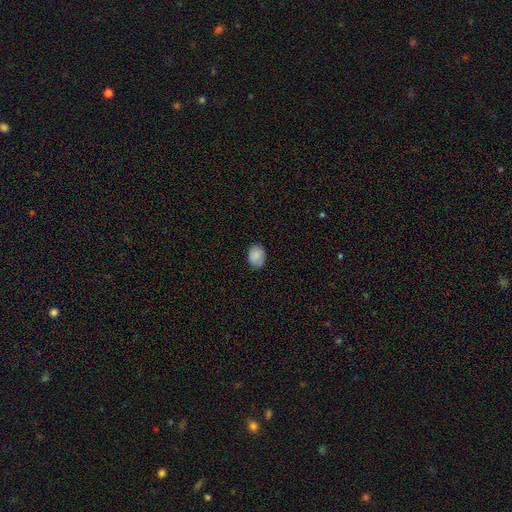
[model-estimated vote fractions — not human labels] A smooth galaxy with no disk features (87%) that is in between round and cigar-shaped (60%).

Vote fractions:
- Smooth or featured? smooth: 87% / star or artifact: 8% / featured or disk: 5%
- How rounded? in between: 60% / round: 39% / cigar-shaped: 1%
- Merging? none: 84% / minor disturbance: 13% / major disturbance: 2% / merger: 1%